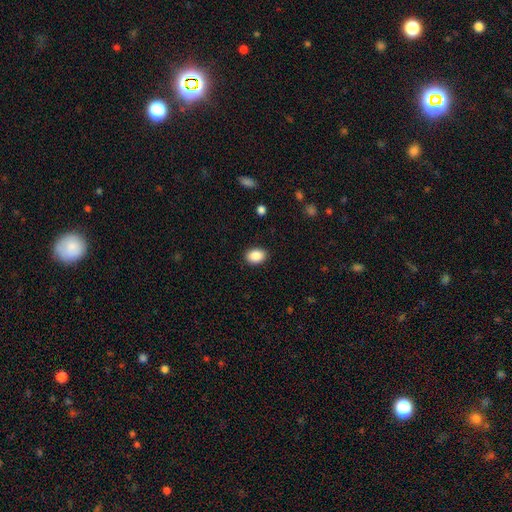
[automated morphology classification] smooth 89%, star or artifact 8%, featured or disk 4%. Down the decision tree: how rounded — in between (73%); merging — none (89%).